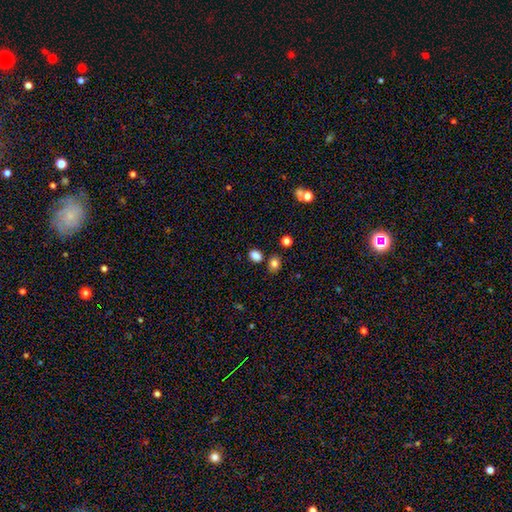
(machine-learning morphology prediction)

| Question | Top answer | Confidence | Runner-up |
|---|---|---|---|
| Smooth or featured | smooth | 83% | star or artifact (13%) |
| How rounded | in between | 61% | round (38%) |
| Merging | none | 76% | minor disturbance (12%) |